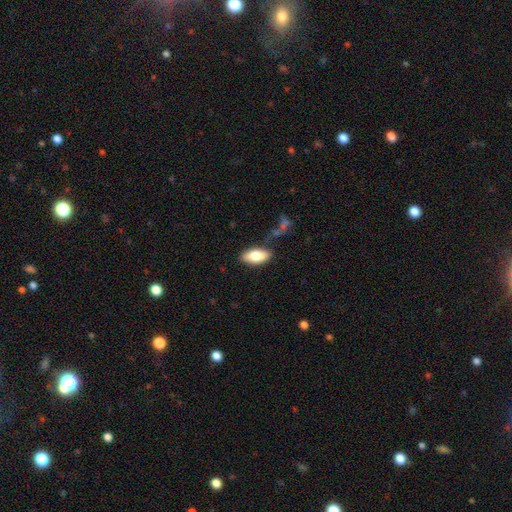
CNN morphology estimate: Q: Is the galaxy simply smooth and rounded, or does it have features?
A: smooth — 78%.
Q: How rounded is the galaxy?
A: in between — 89%.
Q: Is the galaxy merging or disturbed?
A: none — 77%.